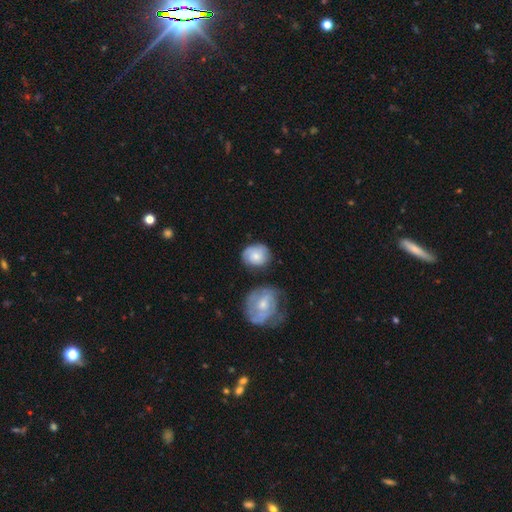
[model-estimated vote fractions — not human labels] smooth_or_featured: smooth (p=0.62) [alt: featured or disk p=0.31]
how_rounded: round (p=0.69) [alt: in between p=0.30]
merging: none (p=0.63) [alt: minor disturbance p=0.22]